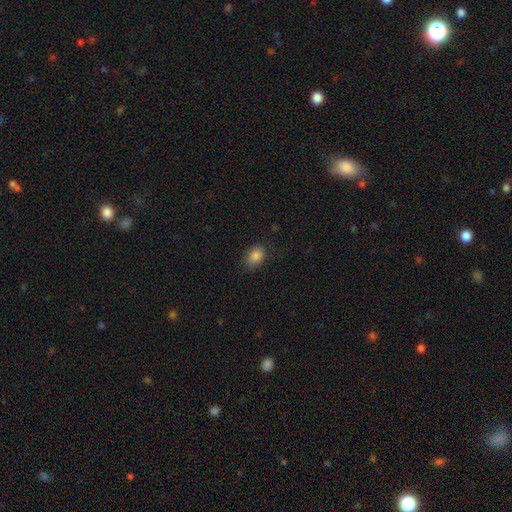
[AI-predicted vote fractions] Q: Smooth or featured?
A: smooth (84%); runner-up: star or artifact (10%)
Q: How rounded?
A: in between (77%); runner-up: round (22%)
Q: Merging?
A: none (79%); runner-up: minor disturbance (16%)